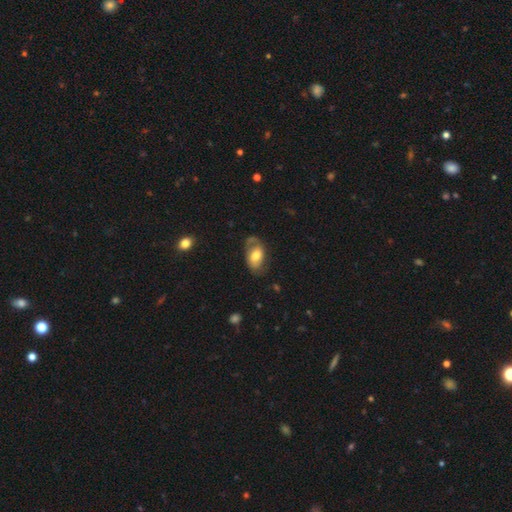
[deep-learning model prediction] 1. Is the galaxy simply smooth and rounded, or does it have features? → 54% smooth, 40% featured or disk, 7% star or artifact.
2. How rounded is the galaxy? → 90% in between, 8% round, 2% cigar-shaped.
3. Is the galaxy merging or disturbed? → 56% none, 27% minor disturbance, 15% major disturbance, 2% merger.